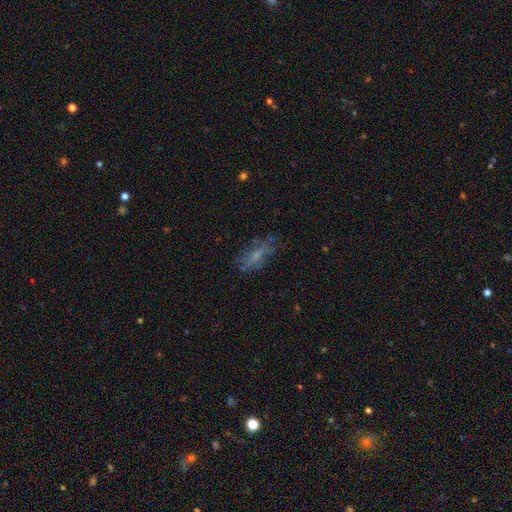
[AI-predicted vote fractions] Smooth or featured?
  - smooth: 50% *
  - featured or disk: 38%
  - star or artifact: 13%
Merging?
  - none: 62% *
  - minor disturbance: 22%
  - major disturbance: 13%
  - merger: 2%